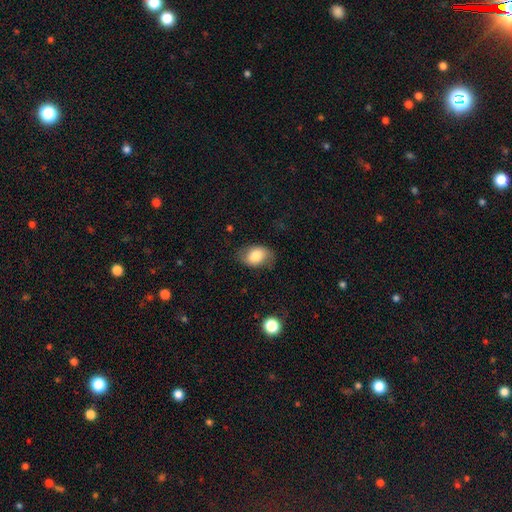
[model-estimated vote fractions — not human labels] smooth_or_featured: smooth (p=0.77) [alt: featured or disk p=0.16]
how_rounded: in between (p=0.82) [alt: round p=0.17]
merging: none (p=0.70) [alt: minor disturbance p=0.21]